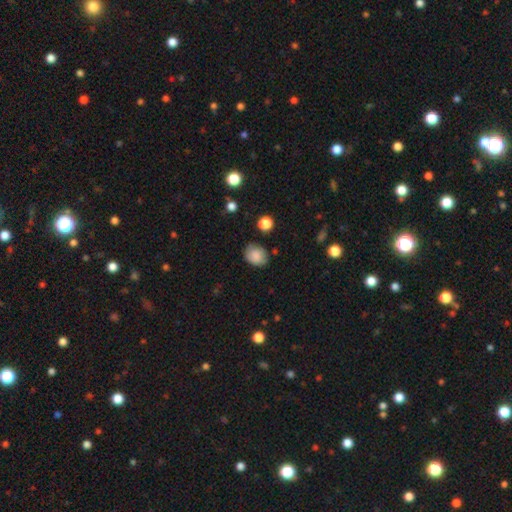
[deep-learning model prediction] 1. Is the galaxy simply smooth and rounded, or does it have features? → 84% smooth, 9% star or artifact, 8% featured or disk.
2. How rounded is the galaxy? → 53% round, 46% in between, 1% cigar-shaped.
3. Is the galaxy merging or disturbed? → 71% none, 22% minor disturbance, 5% major disturbance, 3% merger.